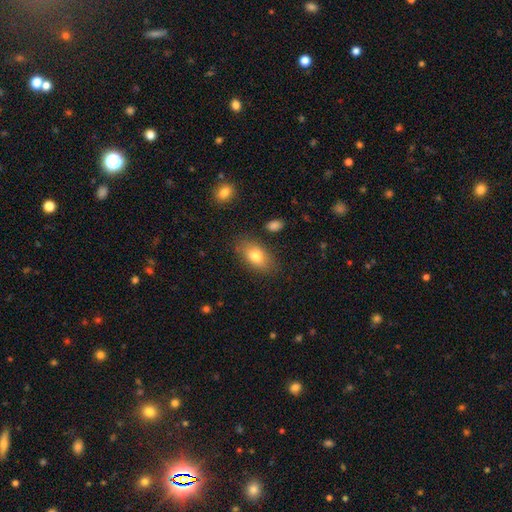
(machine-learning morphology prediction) smooth_or_featured: smooth (p=0.78) [alt: featured or disk p=0.14]
how_rounded: in between (p=0.89) [alt: round p=0.08]
merging: none (p=0.82) [alt: minor disturbance p=0.12]